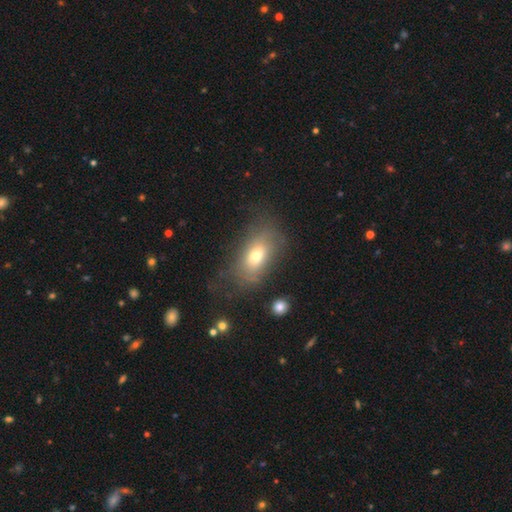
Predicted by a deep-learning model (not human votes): smooth-or-featured: smooth: 66% | featured or disk: 22% | star or artifact: 11%
  how-rounded: in between: 85% | round: 10% | cigar-shaped: 5%
  merging: none: 61% | minor disturbance: 22% | major disturbance: 15% | merger: 3%